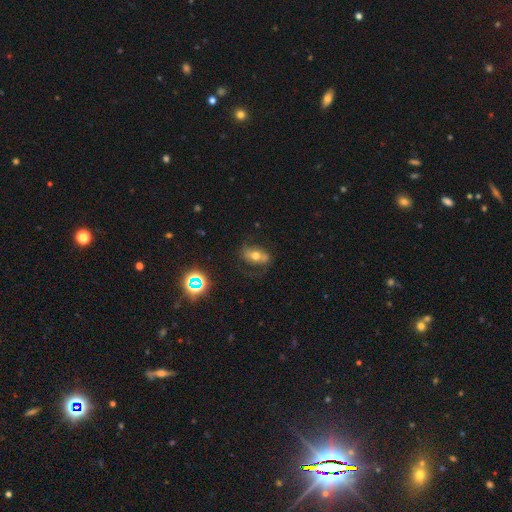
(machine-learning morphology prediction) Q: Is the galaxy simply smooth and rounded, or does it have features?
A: smooth — 45%.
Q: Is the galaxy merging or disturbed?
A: none — 56%.